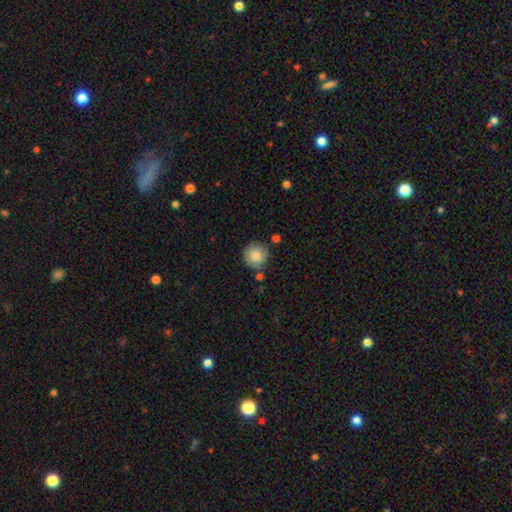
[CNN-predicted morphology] Overall: smooth (85%). How rounded: round (94%). Merging: none (80%).